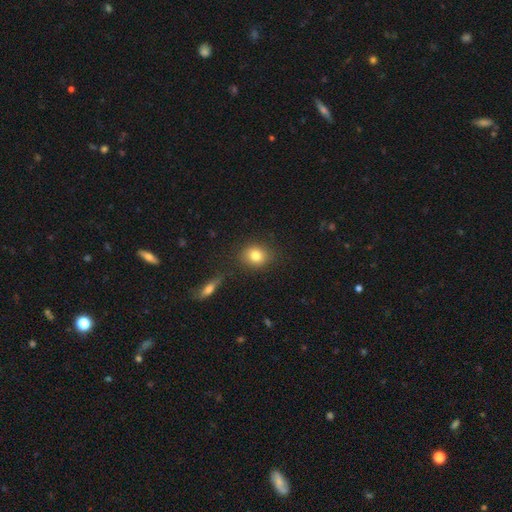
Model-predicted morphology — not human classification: Q: Smooth or featured?
A: smooth (81%); runner-up: star or artifact (10%)
Q: How rounded?
A: round (69%); runner-up: in between (30%)
Q: Merging?
A: none (84%); runner-up: minor disturbance (9%)